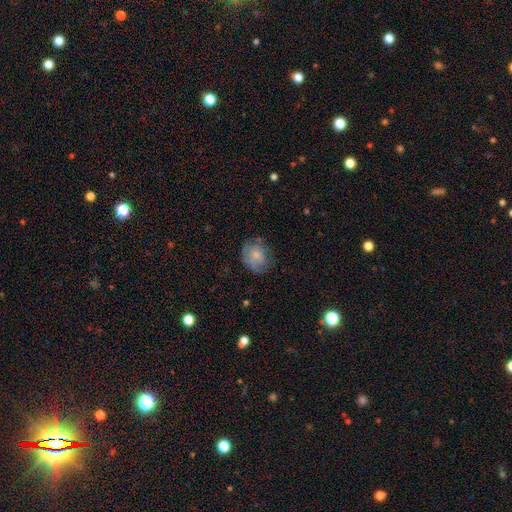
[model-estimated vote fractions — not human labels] A smooth galaxy with no disk features (57%) that is round (61%).

Vote fractions:
- Smooth or featured? smooth: 57% / featured or disk: 35% / star or artifact: 8%
- How rounded? round: 61% / in between: 38% / cigar-shaped: 1%
- Merging? none: 60% / minor disturbance: 26% / major disturbance: 12% / merger: 2%